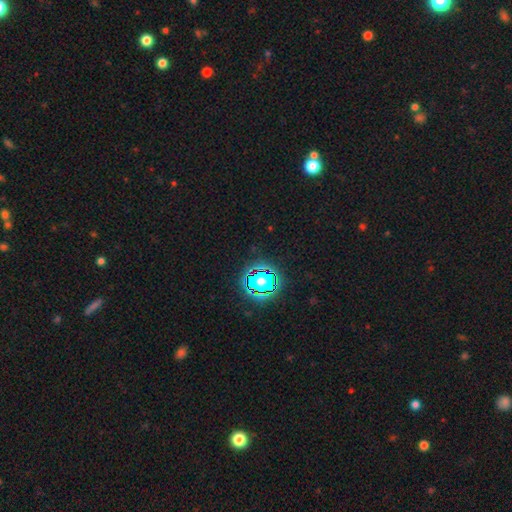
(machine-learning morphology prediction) smooth-or-featured: star or artifact: 79% | smooth: 13% | featured or disk: 7%